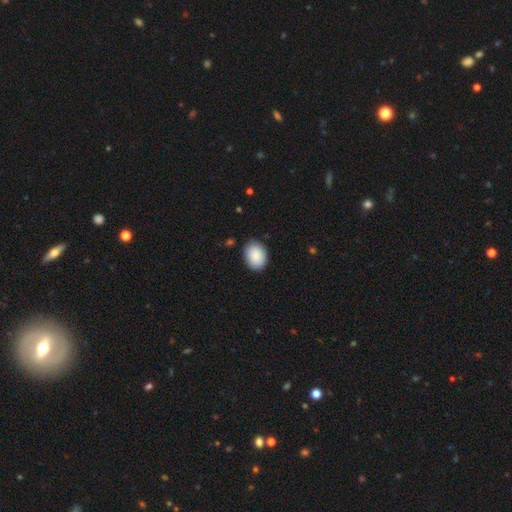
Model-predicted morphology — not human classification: Smooth or featured? Predicted: smooth (p=0.90). How rounded? Predicted: in between (p=0.68). Merging? Predicted: none (p=0.85).